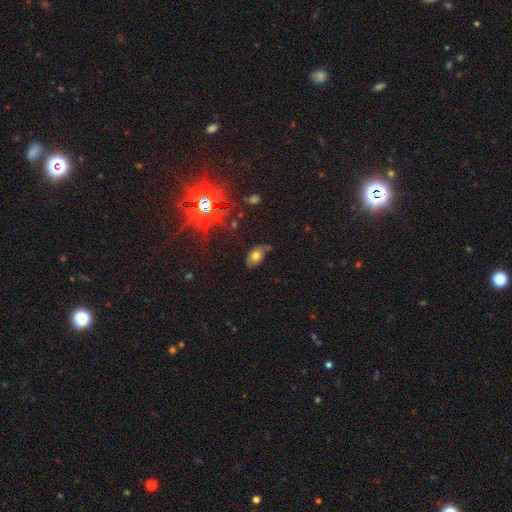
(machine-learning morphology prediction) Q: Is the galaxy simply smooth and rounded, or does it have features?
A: smooth — 60%.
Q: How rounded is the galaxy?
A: in between — 89%.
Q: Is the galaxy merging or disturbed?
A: none — 52%.